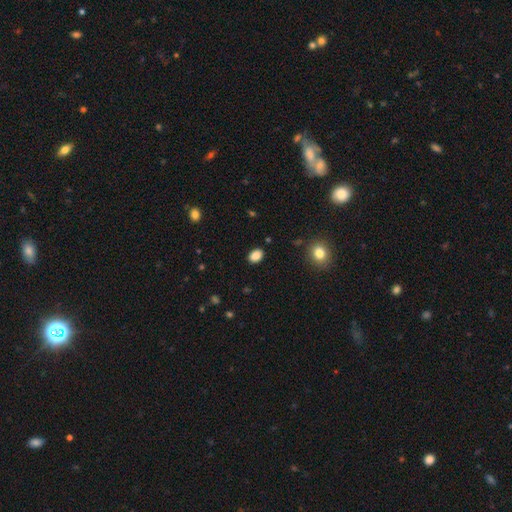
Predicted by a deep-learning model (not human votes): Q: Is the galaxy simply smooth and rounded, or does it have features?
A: smooth — 87%.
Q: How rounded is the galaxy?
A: in between — 79%.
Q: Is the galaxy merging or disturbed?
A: none — 89%.